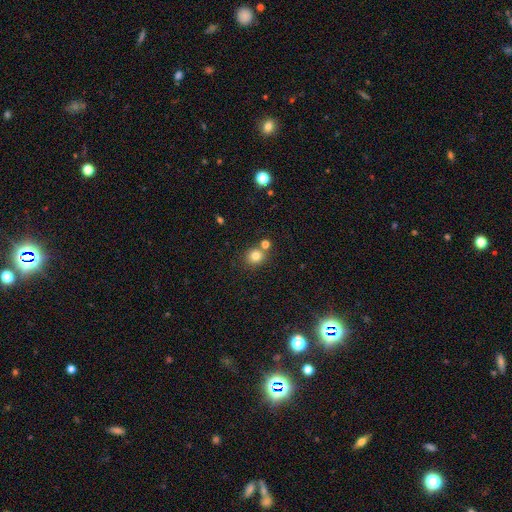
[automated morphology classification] Overall: smooth (80%). How rounded: round (83%). Merging: none (68%).